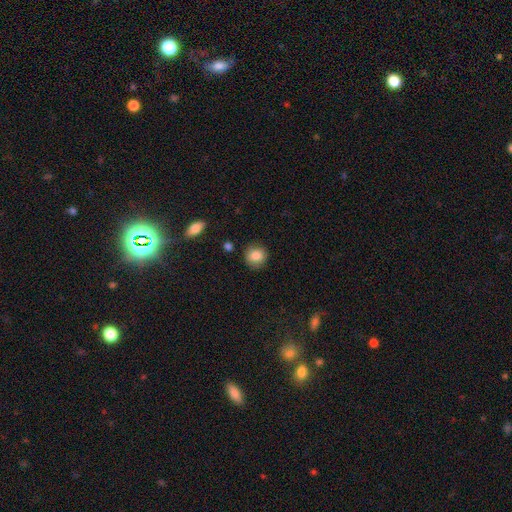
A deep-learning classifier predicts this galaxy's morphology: Smooth or featured?
  - smooth: 85% *
  - star or artifact: 9%
  - featured or disk: 6%
How rounded?
  - round: 83% *
  - in between: 16%
  - cigar-shaped: 1%
Merging?
  - none: 83% *
  - minor disturbance: 12%
  - major disturbance: 3%
  - merger: 2%